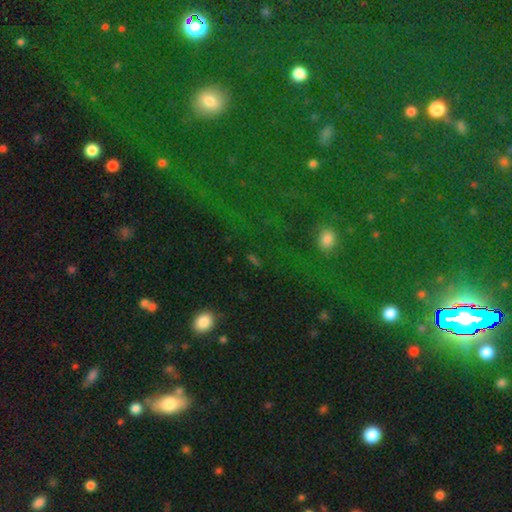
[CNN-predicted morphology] Smooth or featured? Predicted: star or artifact (p=0.48).